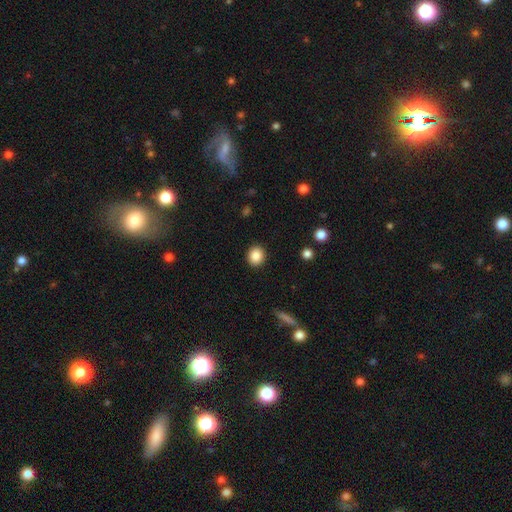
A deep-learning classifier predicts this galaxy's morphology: A smooth galaxy with no disk features (87%) that is round (79%).

Vote fractions:
- Smooth or featured? smooth: 87% / star or artifact: 9% / featured or disk: 4%
- How rounded? round: 79% / in between: 20% / cigar-shaped: 1%
- Merging? none: 91% / minor disturbance: 6% / major disturbance: 2% / merger: 1%